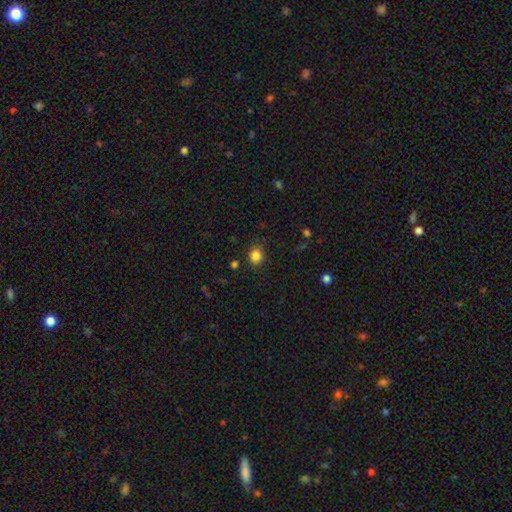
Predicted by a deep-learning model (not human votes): Smooth or featured: smooth — 84% (star or artifact — 12%)
How rounded: round — 72% (in between — 27%)
Merging: none — 85% (minor disturbance — 11%)